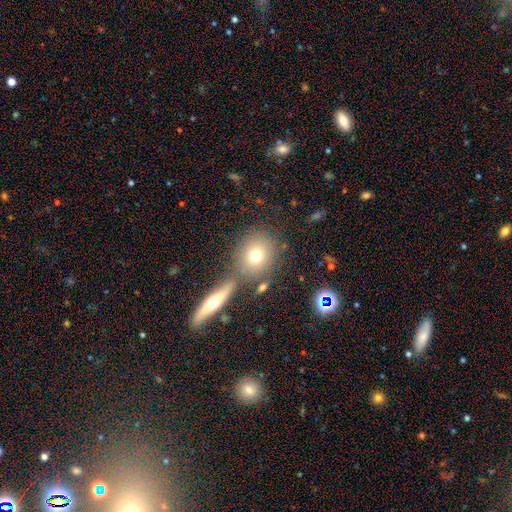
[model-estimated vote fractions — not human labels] This appears to be a smooth galaxy with no disk features (73%) that is round (78%). Merging: none (68%).